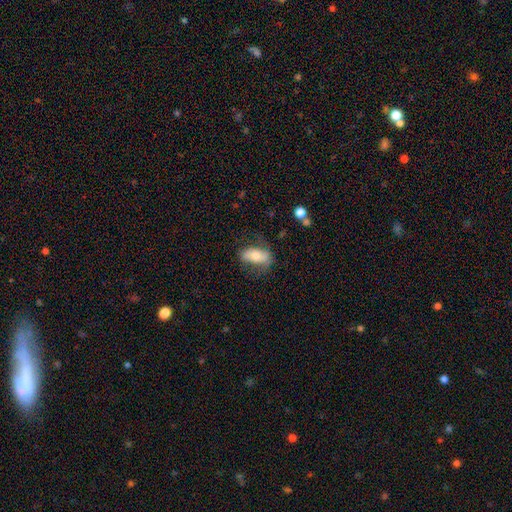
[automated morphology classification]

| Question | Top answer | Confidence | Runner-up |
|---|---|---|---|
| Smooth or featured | smooth | 61% | featured or disk (32%) |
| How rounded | in between | 86% | cigar-shaped (8%) |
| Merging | none | 62% | minor disturbance (24%) |